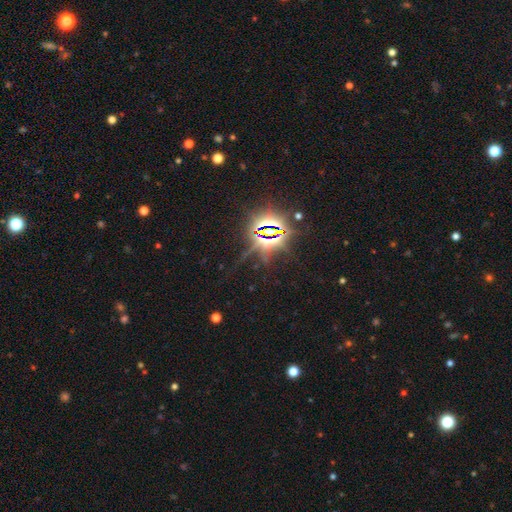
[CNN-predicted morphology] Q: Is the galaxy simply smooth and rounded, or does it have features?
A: star or artifact — 85%.